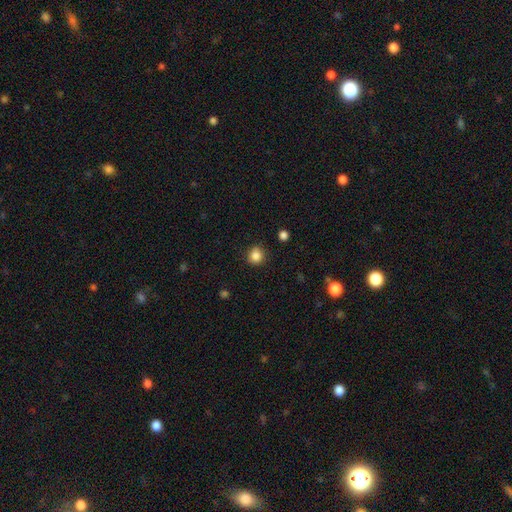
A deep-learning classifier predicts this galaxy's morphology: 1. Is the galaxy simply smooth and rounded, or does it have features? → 85% smooth, 11% star or artifact, 4% featured or disk.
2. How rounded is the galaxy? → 86% round, 13% in between, 1% cigar-shaped.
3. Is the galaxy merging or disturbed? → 84% none, 11% minor disturbance, 3% major disturbance, 2% merger.